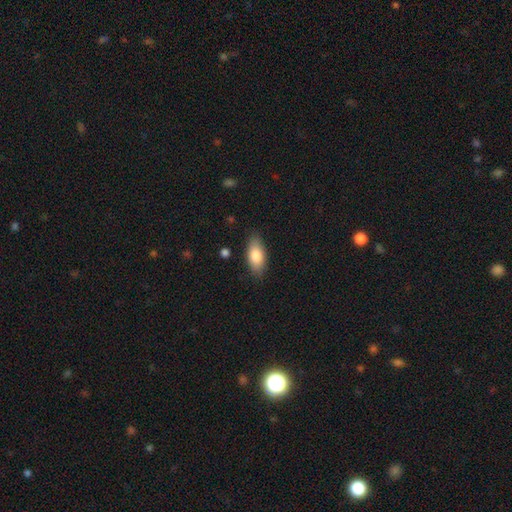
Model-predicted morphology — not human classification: Smooth or featured? Predicted: smooth (p=0.81). How rounded? Predicted: in between (p=0.87). Merging? Predicted: none (p=0.83).